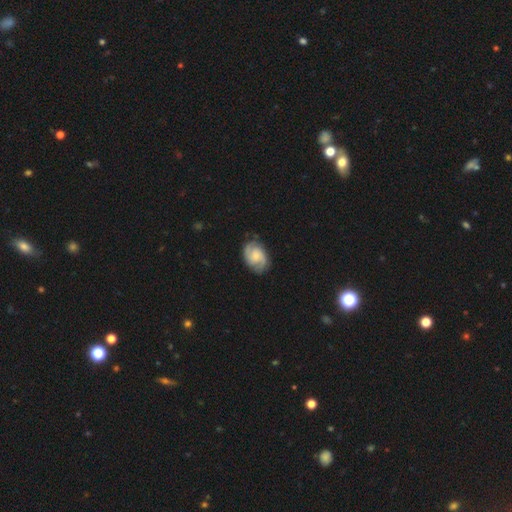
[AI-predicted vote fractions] smooth_or_featured: featured or disk (p=0.74) [alt: smooth p=0.21]
disk_edge_on: no (p=0.98) [alt: yes p=0.02]
bar: no (p=0.60) [alt: weak p=0.34]
has_spiral_arms: yes (p=0.95) [alt: no p=0.05]
spiral_winding: medium (p=0.44) [alt: tight p=0.42]
spiral_arm_count: 2 (p=0.81) [alt: can't tell p=0.09]
bulge_size: small (p=0.46) [alt: moderate p=0.34]
merging: none (p=0.78) [alt: minor disturbance p=0.16]